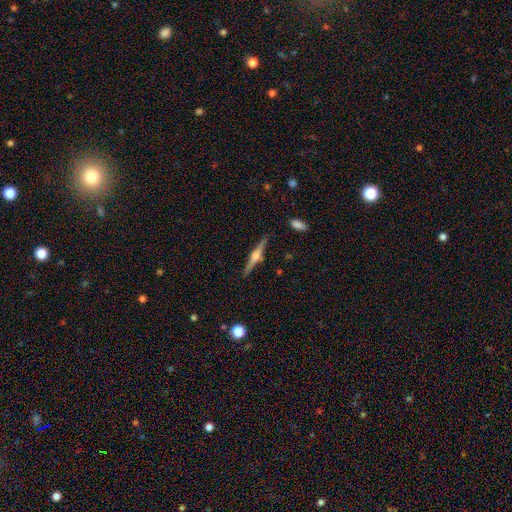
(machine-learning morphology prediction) A featured or disk galaxy (77%) viewed edge-on (98%) with a rounded central bulge (90%). Merging: none (89%).